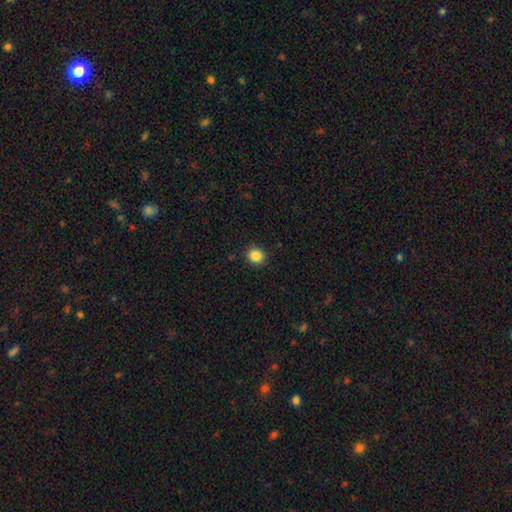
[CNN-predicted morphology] smooth_or_featured: smooth (p=0.86) [alt: star or artifact p=0.10]
how_rounded: round (p=0.84) [alt: in between p=0.15]
merging: none (p=0.91) [alt: minor disturbance p=0.06]